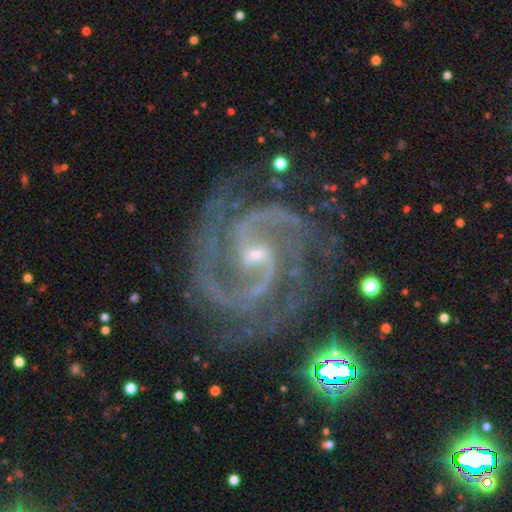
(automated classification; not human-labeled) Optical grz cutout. It shows a featured or disk galaxy (93%) with a weak bar (50%), 2 (82%) medium (56%) spiral arms (99%) and a small central bulge (72%). Merging: none (75%).